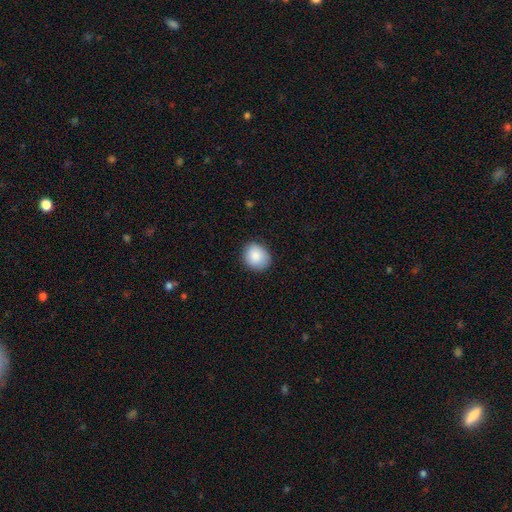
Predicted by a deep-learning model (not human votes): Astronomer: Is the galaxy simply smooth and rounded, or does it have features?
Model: smooth — 87%.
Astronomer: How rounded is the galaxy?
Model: round — 68%.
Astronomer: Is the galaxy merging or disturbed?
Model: none — 85%.